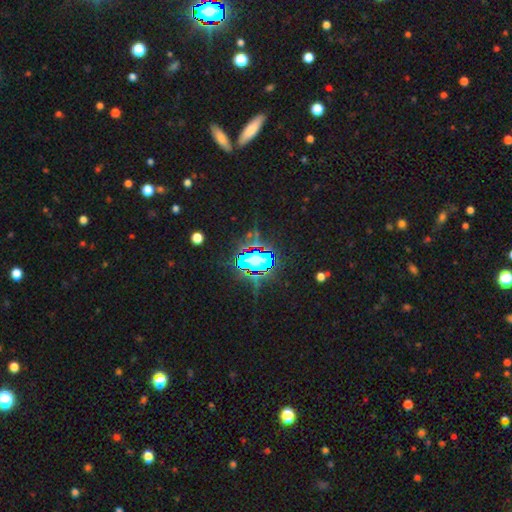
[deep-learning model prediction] Overall: star or artifact (75%).